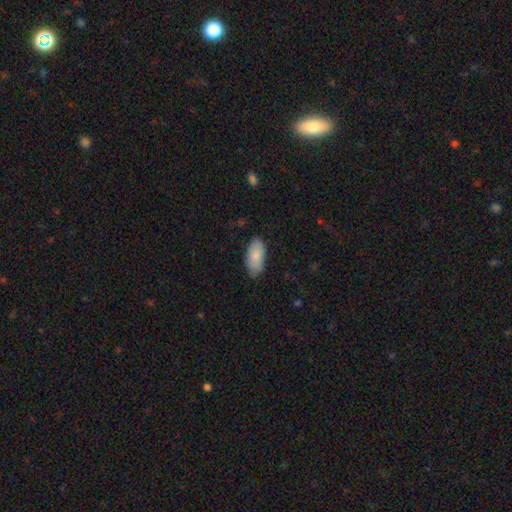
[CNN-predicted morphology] Smooth or featured?
  - smooth: 86% *
  - featured or disk: 8%
  - star or artifact: 6%
How rounded?
  - in between: 91% *
  - cigar-shaped: 7%
  - round: 2%
Merging?
  - none: 80% *
  - minor disturbance: 16%
  - major disturbance: 3%
  - merger: 1%